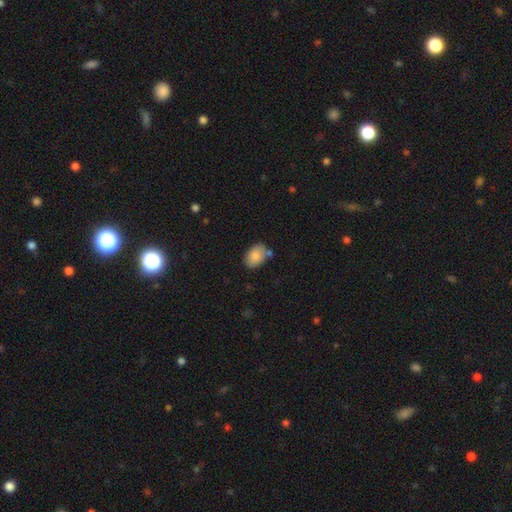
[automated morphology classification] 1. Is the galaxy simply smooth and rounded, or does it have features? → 85% smooth, 8% featured or disk, 7% star or artifact.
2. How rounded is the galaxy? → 86% in between, 13% round, 1% cigar-shaped.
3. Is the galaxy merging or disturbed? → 70% none, 17% minor disturbance, 9% merger, 4% major disturbance.